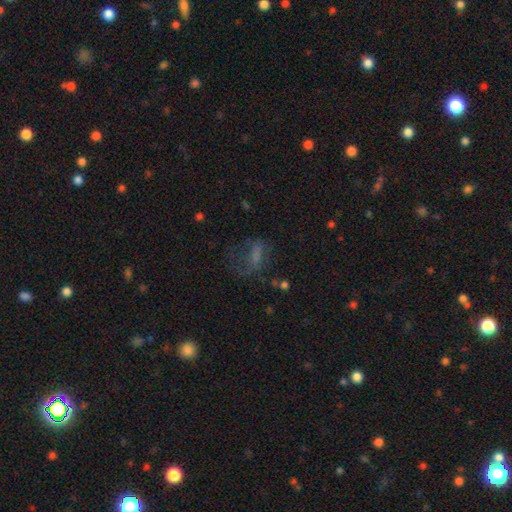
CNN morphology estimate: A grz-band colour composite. It shows a smooth galaxy with no disk features (46%). Merging: major disturbance (40%).